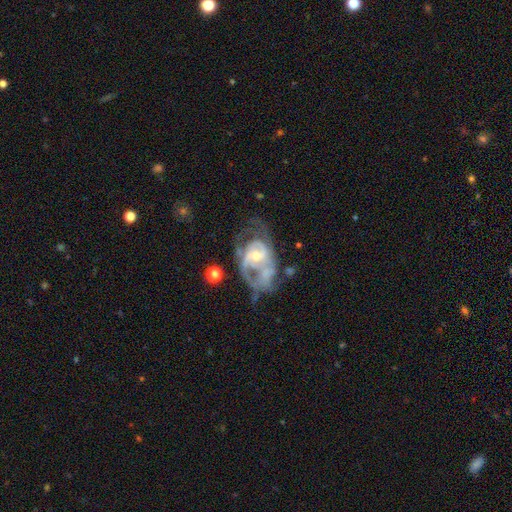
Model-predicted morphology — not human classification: type=featured or disk (81%); edge-on=no (97%); bar=no (58%); spiral arms=yes (77%); winding=medium (44%); arm count=2 (44%); bulge=moderate (47%, tied with small); merging=major disturbance (41%).